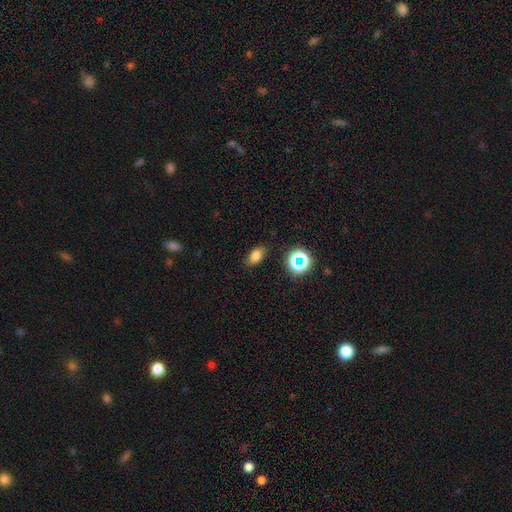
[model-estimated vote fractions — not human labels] Smooth or featured? smooth (76%)
How rounded? in between (84%)
Merging? none (84%)